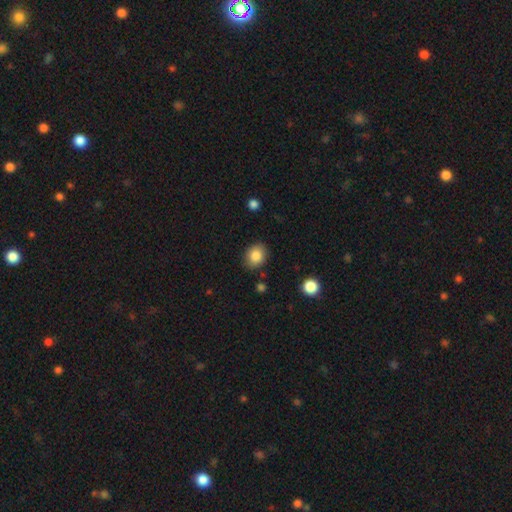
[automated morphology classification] Smooth or featured? Predicted: smooth (p=0.85). How rounded? Predicted: round (p=0.57). Merging? Predicted: none (p=0.85).